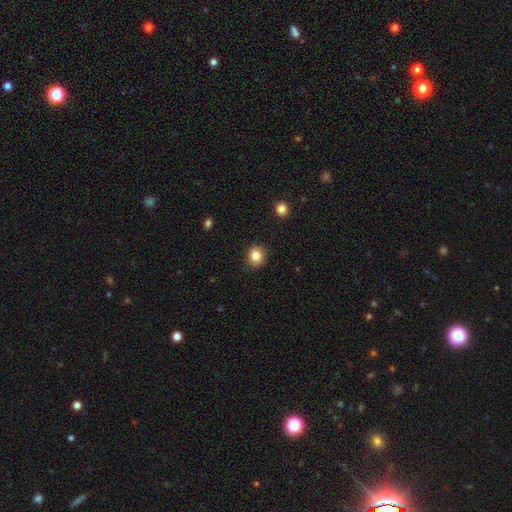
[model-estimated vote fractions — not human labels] The model was most divided on "how rounded": round: 81%, in between: 18%, cigar-shaped: 1%. More confident: merging — none (89%); smooth or featured — smooth (83%).